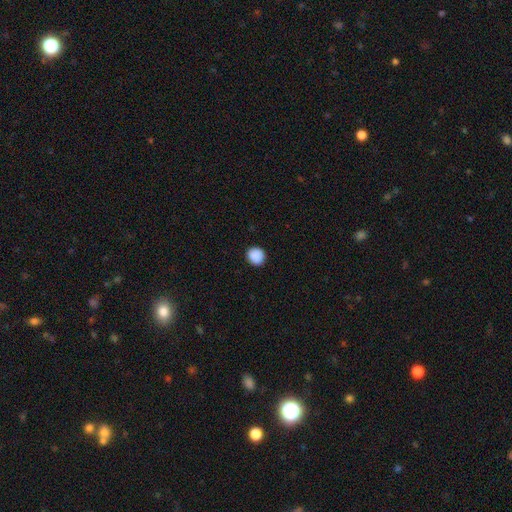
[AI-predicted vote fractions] Morphology: type=smooth (90%); roundness=round (86%); merging=none (91%).